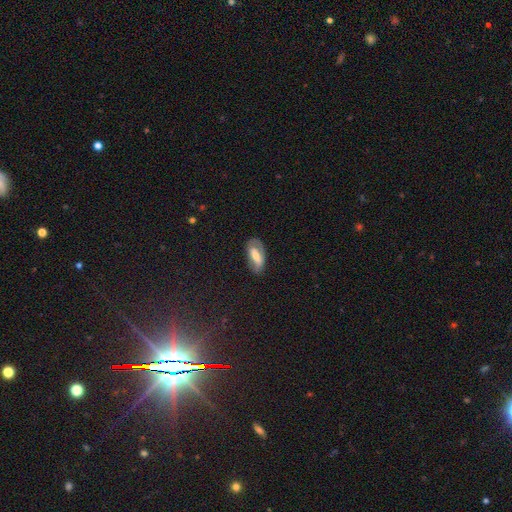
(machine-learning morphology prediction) type=smooth (47%); merging=none (69%).